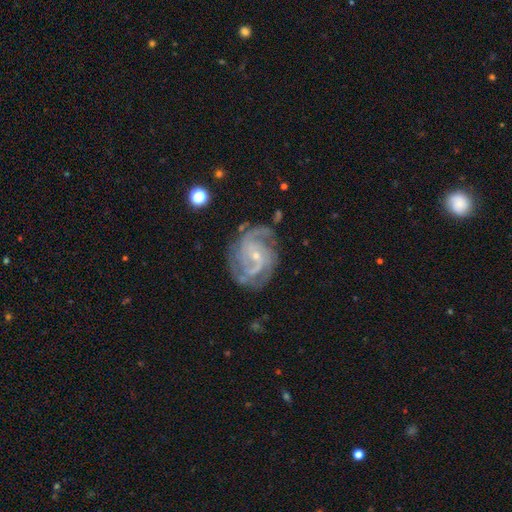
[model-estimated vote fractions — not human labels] Morphology: type=featured or disk (90%); edge-on=no (98%); bar=no (51%); spiral arms=yes (98%); winding=tight (47%); arm count=2 (37%); bulge=small (79%); merging=none (71%).